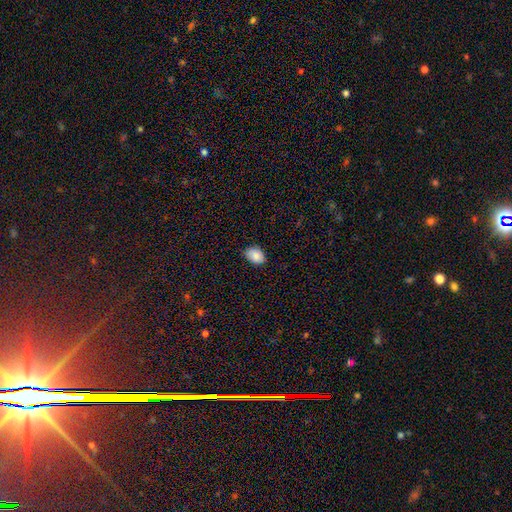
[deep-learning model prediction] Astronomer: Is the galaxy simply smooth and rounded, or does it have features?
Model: smooth — 87%.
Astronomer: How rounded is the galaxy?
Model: in between — 81%.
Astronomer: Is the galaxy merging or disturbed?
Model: none — 81%.